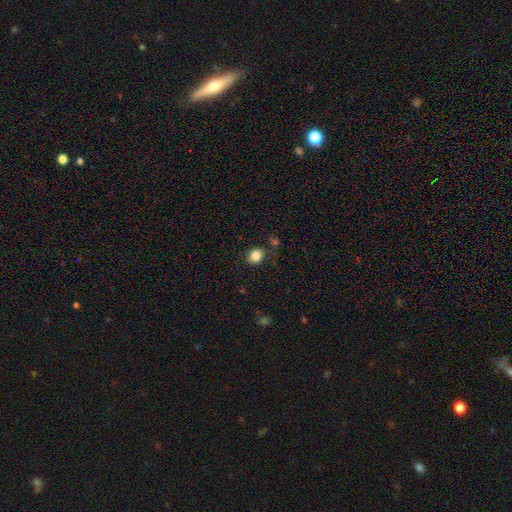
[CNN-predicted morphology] A smooth galaxy with no disk features (84%) that is round (64%).

Vote fractions:
- Smooth or featured? smooth: 84% / star or artifact: 10% / featured or disk: 6%
- How rounded? round: 64% / in between: 35% / cigar-shaped: 1%
- Merging? none: 78% / minor disturbance: 13% / merger: 5% / major disturbance: 4%